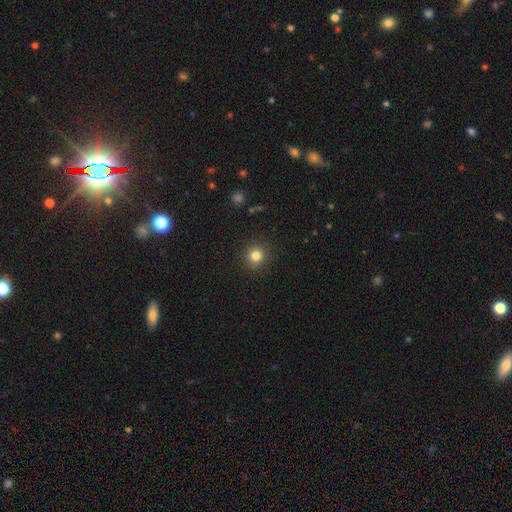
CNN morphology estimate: smooth 82%, star or artifact 13%, featured or disk 6%. Down the decision tree: how rounded — round (92%); merging — none (91%).